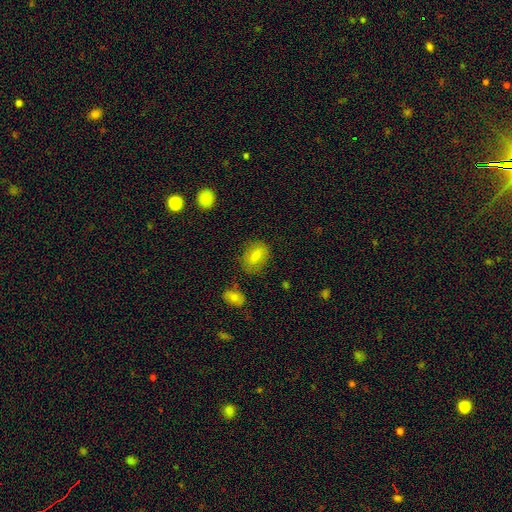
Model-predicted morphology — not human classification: smooth-or-featured: smooth: 75% | featured or disk: 15% | star or artifact: 10%
  how-rounded: in between: 72% | round: 26% | cigar-shaped: 2%
  merging: none: 78% | minor disturbance: 15% | major disturbance: 5% | merger: 2%